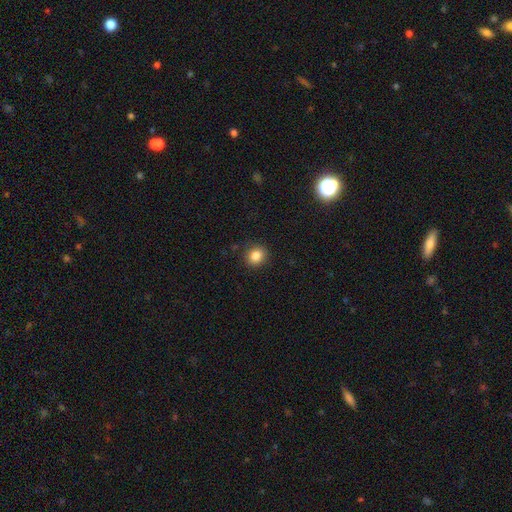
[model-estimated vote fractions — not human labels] Q: Smooth or featured?
A: smooth (84%); runner-up: star or artifact (11%)
Q: How rounded?
A: round (78%); runner-up: in between (21%)
Q: Merging?
A: none (87%); runner-up: minor disturbance (9%)